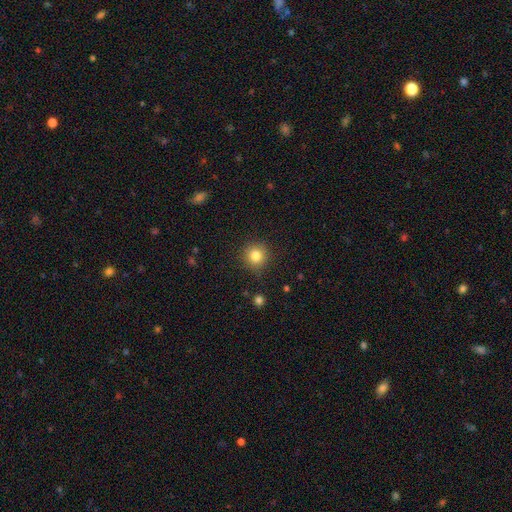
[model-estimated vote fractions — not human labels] A smooth galaxy with no disk features (82%) that is round (92%). Merging: none (87%).